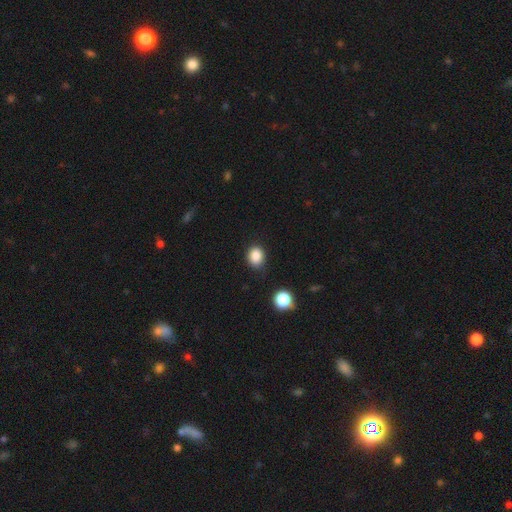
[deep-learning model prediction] Morphology: type=smooth (86%); roundness=round (57%); merging=none (77%).